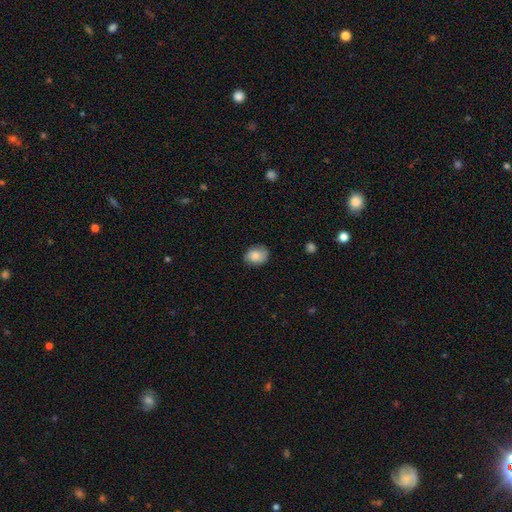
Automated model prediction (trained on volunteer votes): This is clearly a smooth galaxy (80%). How rounded: likely in between (63%). Merging: likely none (79%).